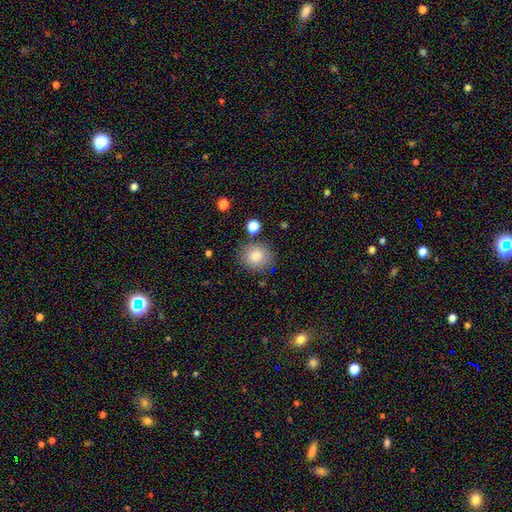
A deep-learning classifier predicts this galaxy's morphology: Smooth or featured? smooth (82%)
How rounded? round (71%)
Merging? none (81%)